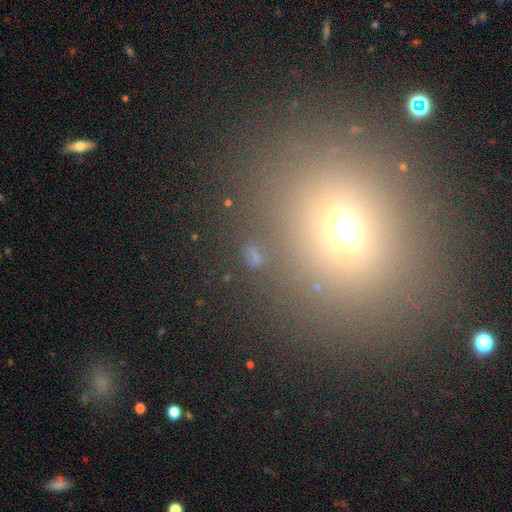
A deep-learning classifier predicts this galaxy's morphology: Overall: smooth (48%; star or artifact 39%). Merging: none (71%).